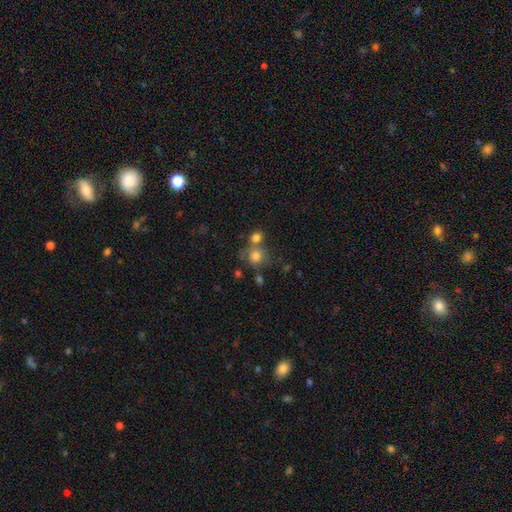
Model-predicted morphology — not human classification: A smooth galaxy with no disk features (77%) that is round (84%). Merging: none (53%).